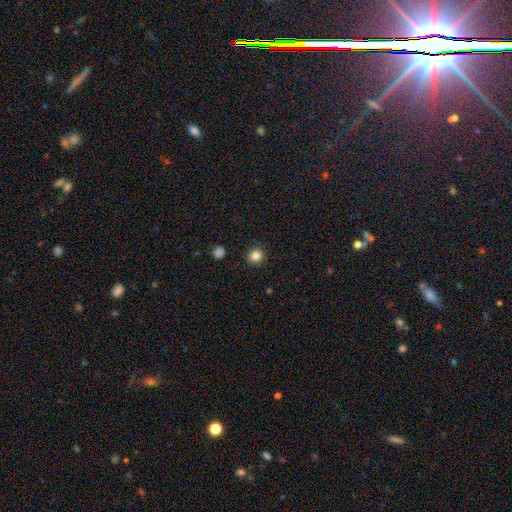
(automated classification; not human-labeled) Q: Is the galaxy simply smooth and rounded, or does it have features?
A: smooth — 84%.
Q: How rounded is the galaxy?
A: round — 93%.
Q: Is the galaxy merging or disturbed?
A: none — 92%.